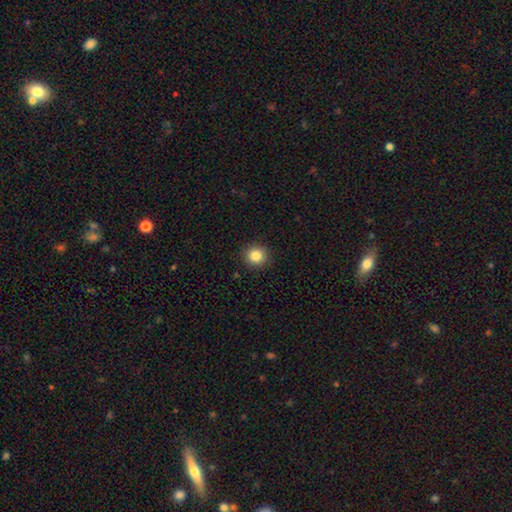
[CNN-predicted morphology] A smooth galaxy with no disk features (85%) that is round (93%).

Vote fractions:
- Smooth or featured? smooth: 85% / star or artifact: 10% / featured or disk: 5%
- How rounded? round: 93% / in between: 6% / cigar-shaped: 1%
- Merging? none: 92% / minor disturbance: 5% / major disturbance: 2% / merger: 1%